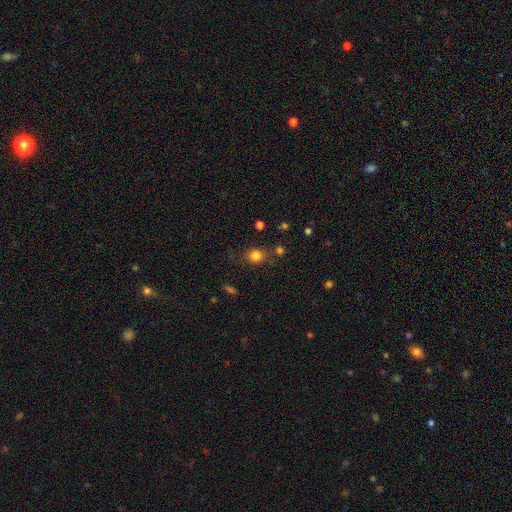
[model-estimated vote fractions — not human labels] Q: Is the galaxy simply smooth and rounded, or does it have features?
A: smooth — 79%.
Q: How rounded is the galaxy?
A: round — 70%.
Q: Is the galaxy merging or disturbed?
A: none — 71%.